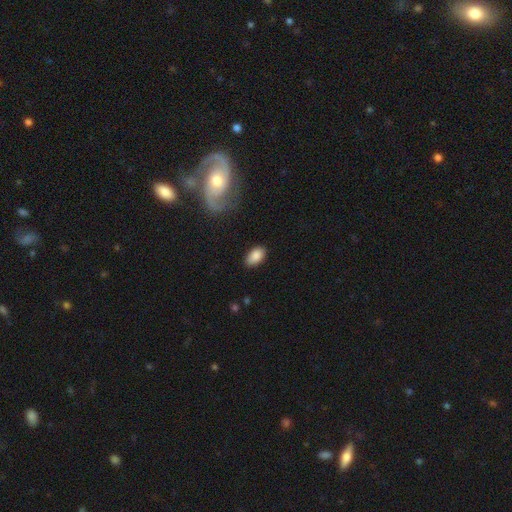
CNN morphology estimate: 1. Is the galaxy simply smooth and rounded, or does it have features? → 86% smooth, 7% star or artifact, 7% featured or disk.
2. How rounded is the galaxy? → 93% in between, 5% round, 2% cigar-shaped.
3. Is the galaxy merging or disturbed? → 83% none, 12% minor disturbance, 3% major disturbance, 2% merger.